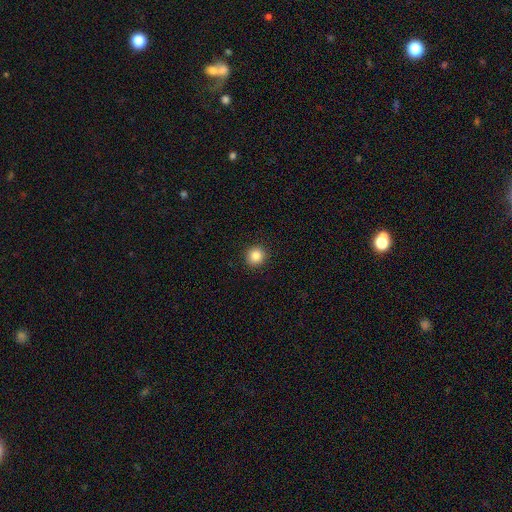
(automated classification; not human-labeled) Morphology: type=smooth (85%); roundness=round (92%); merging=none (93%).